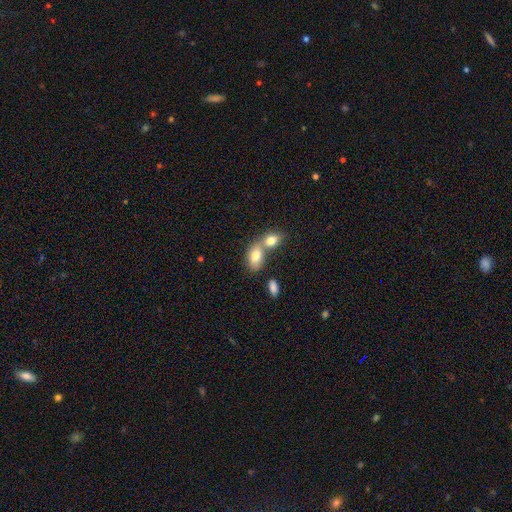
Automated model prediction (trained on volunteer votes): Morphology: type=smooth (78%); roundness=in between (82%); merging=merger (60%).